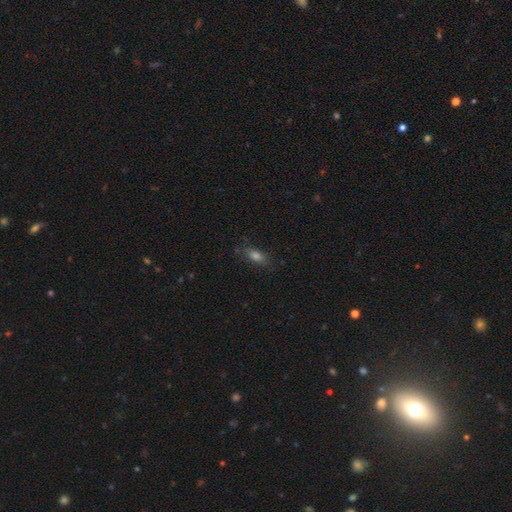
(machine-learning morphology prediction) Smooth or featured? Predicted: smooth (p=0.70). How rounded? Predicted: in between (p=0.72). Merging? Predicted: none (p=0.78).